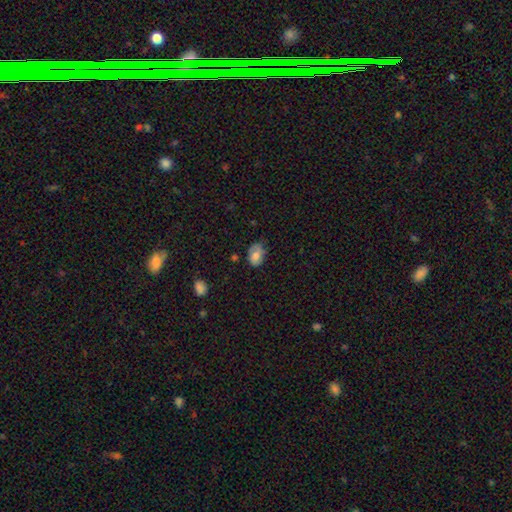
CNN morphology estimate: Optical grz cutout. It shows a smooth galaxy with no disk features (69%) that is in between round and cigar-shaped (77%). Merging: none (60%).